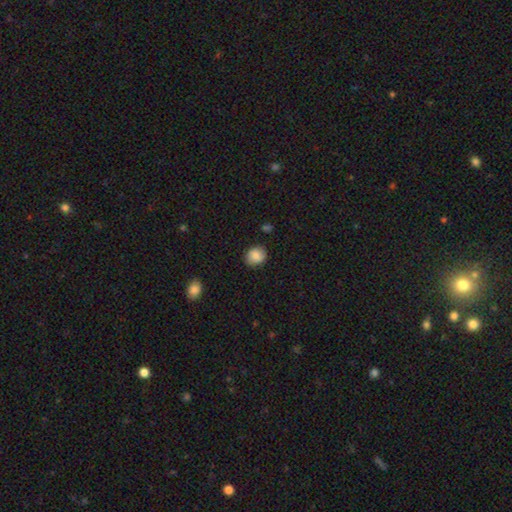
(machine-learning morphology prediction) A smooth galaxy with no disk features (83%) that is round (70%).

Vote fractions:
- Smooth or featured? smooth: 83% / featured or disk: 8% / star or artifact: 8%
- How rounded? round: 70% / in between: 29% / cigar-shaped: 1%
- Merging? none: 83% / minor disturbance: 13% / major disturbance: 3% / merger: 2%